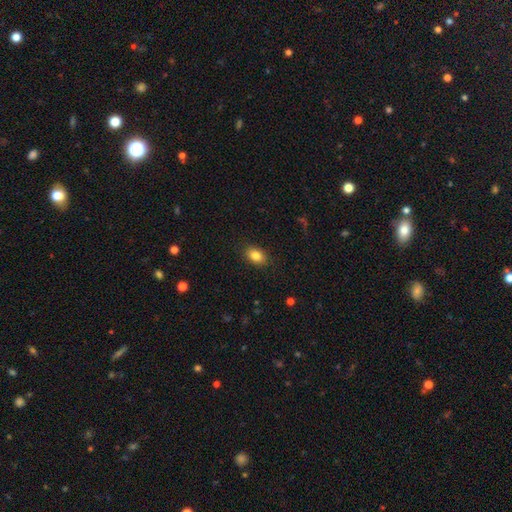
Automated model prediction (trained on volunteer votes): This is clearly a smooth galaxy (85%). How rounded: clearly in between (84%). Merging: clearly none (87%).